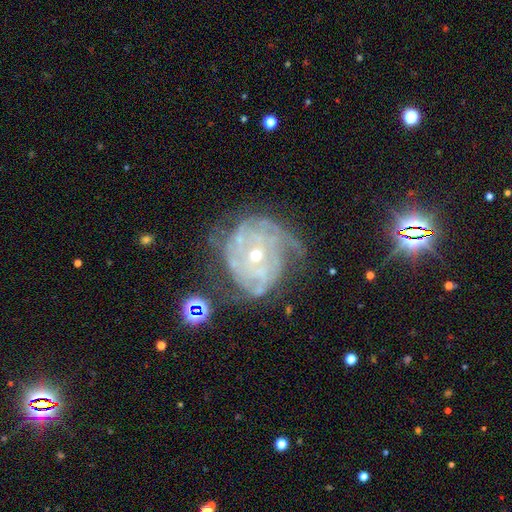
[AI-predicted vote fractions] This appears to be a featured or disk galaxy (83%) with no bar (76%), tight (61%) spiral arms (84%) and a small central bulge (52%). Merging: none (49%).